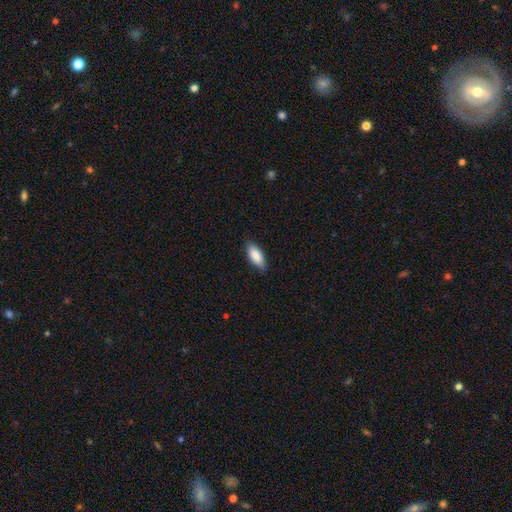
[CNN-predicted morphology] smooth 87%, featured or disk 7%, star or artifact 6%. Down the decision tree: how rounded — in between (81%); merging — none (85%).